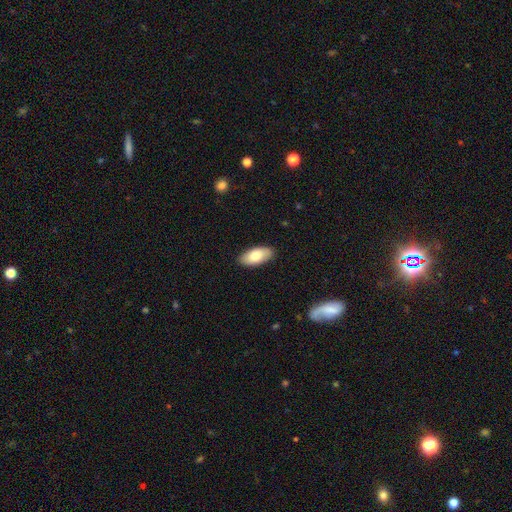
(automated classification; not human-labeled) Smooth or featured: smooth — 81% (featured or disk — 13%)
How rounded: in between — 92% (cigar-shaped — 6%)
Merging: none — 88% (minor disturbance — 9%)